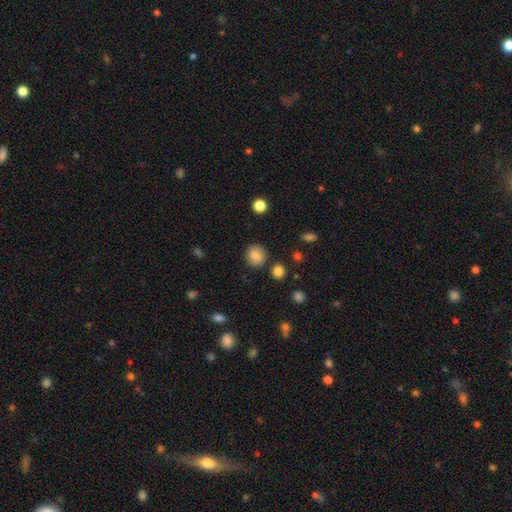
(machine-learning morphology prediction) A smooth galaxy with no disk features (83%) that is round (82%). Merging: none (85%).